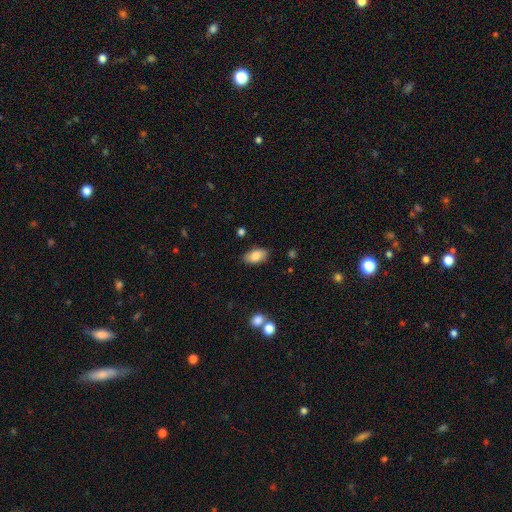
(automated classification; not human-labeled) This is clearly a smooth galaxy (83%). How rounded: clearly in between (93%). Merging: clearly none (85%).